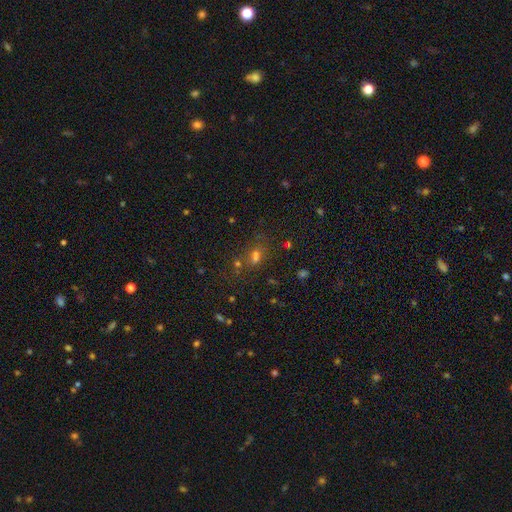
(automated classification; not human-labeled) A smooth galaxy with no disk features (50%) that is in between round and cigar-shaped (55%).

Vote fractions:
- Smooth or featured? smooth: 50% / star or artifact: 36% / featured or disk: 14%
- How rounded? in between: 55% / round: 40% / cigar-shaped: 6%
- Merging? none: 53% / merger: 27% / minor disturbance: 13% / major disturbance: 8%